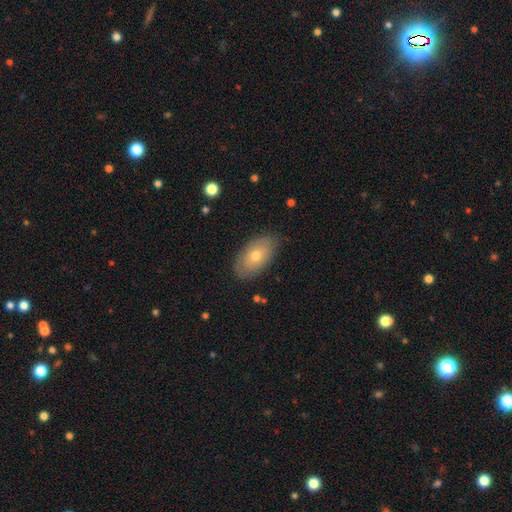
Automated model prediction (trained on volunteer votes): Smooth or featured?
  - smooth: 58% *
  - featured or disk: 35%
  - star or artifact: 7%
How rounded?
  - in between: 92% *
  - round: 6%
  - cigar-shaped: 2%
Merging?
  - none: 79% *
  - minor disturbance: 16%
  - major disturbance: 3%
  - merger: 1%